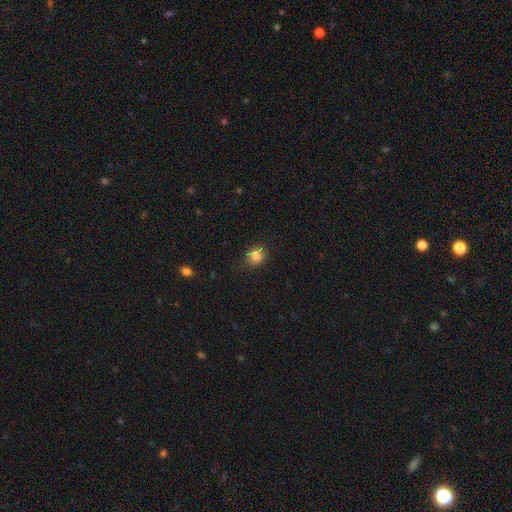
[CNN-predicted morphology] A smooth galaxy with no disk features (82%) that is round (69%). Merging: none (75%).